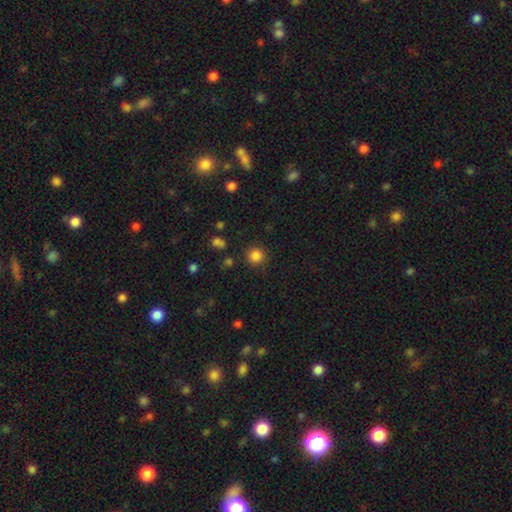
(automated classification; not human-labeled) A smooth galaxy with no disk features (84%) that is round (94%). Merging: none (89%).